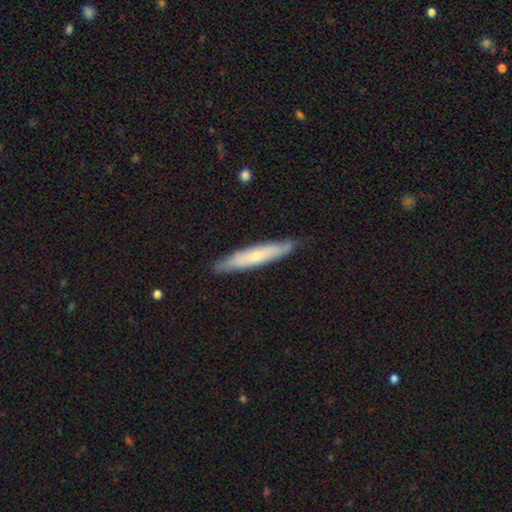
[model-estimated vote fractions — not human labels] This appears to be a smooth galaxy with no disk features (54%) that is cigar-shaped (91%). Merging: none (86%).